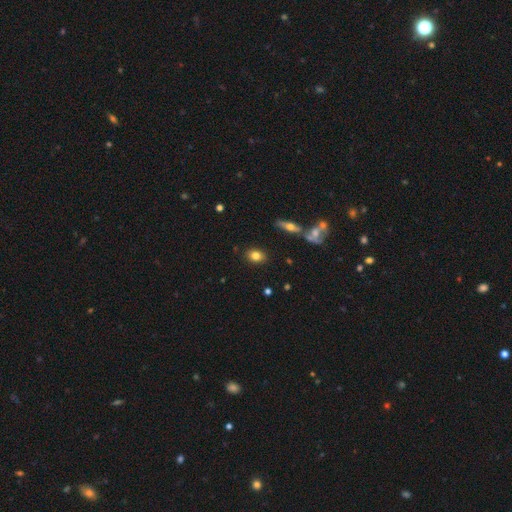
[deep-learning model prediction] Q: Smooth or featured?
A: smooth (78%); runner-up: featured or disk (12%)
Q: How rounded?
A: in between (68%); runner-up: round (29%)
Q: Merging?
A: none (85%); runner-up: minor disturbance (10%)